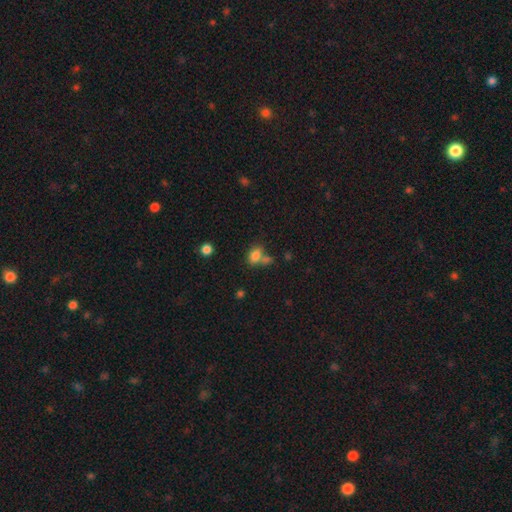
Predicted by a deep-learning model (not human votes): Morphology: type=smooth (81%); roundness=in between (78%); merging=none (48%).